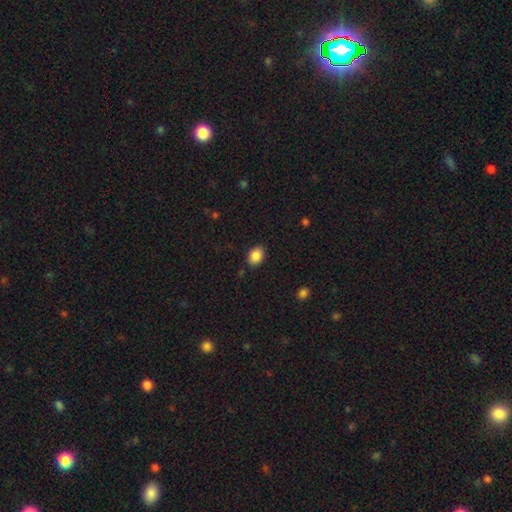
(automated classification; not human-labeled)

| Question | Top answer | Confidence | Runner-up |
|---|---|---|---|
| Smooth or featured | smooth | 88% | star or artifact (8%) |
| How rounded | in between | 74% | round (25%) |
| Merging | none | 87% | minor disturbance (9%) |